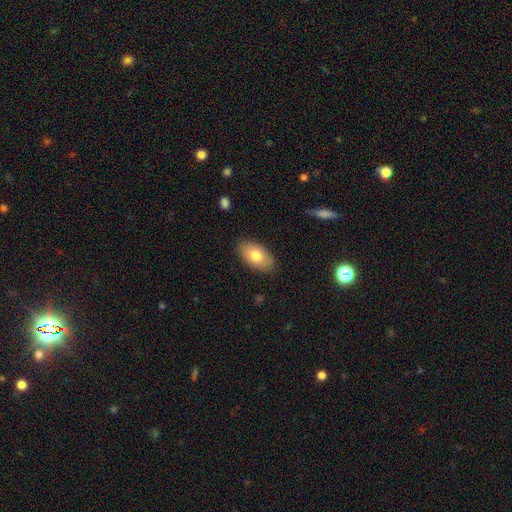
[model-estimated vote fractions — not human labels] Smooth or featured? smooth (77%)
How rounded? in between (93%)
Merging? none (86%)